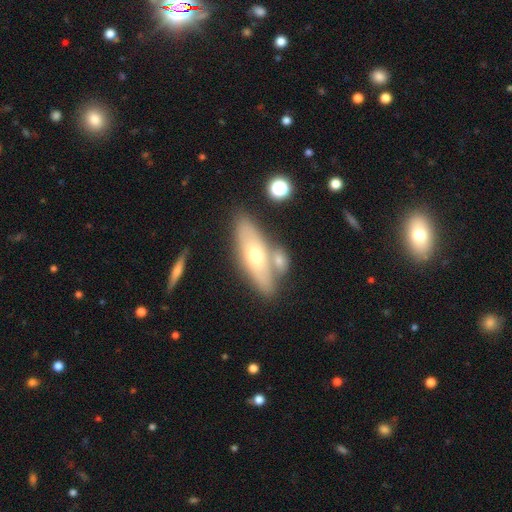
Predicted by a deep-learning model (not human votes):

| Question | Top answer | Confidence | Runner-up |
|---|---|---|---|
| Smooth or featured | smooth | 51% | featured or disk (42%) |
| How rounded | in between | 57% | cigar-shaped (40%) |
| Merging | none | 61% | merger (22%) |